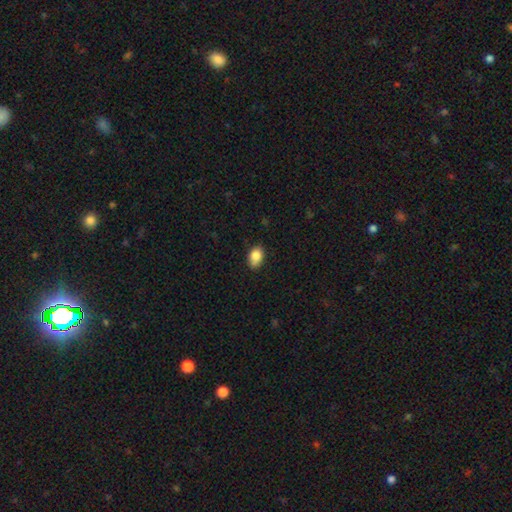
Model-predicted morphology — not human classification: The model was most divided on "merging": none: 74%, minor disturbance: 22%, major disturbance: 3%, merger: 2%. More confident: how rounded — in between (84%); smooth or featured — smooth (84%).